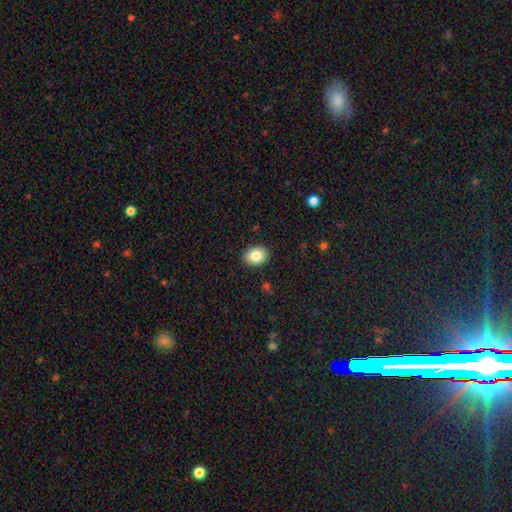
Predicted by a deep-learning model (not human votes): smooth_or_featured: smooth (p=0.84) [alt: featured or disk p=0.08]
how_rounded: in between (p=0.61) [alt: round p=0.38]
merging: none (p=0.90) [alt: minor disturbance p=0.07]